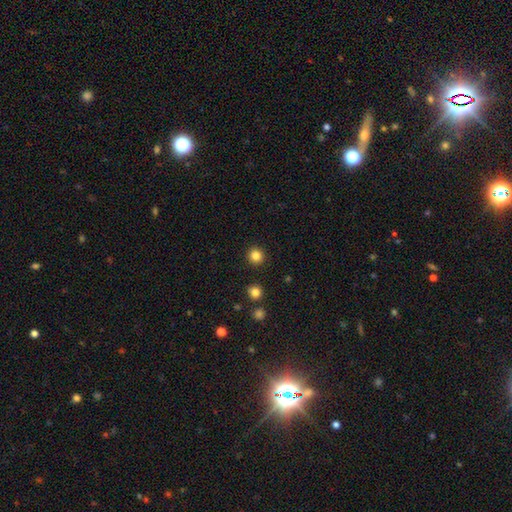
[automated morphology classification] A smooth galaxy with no disk features (84%) that is round (94%).

Vote fractions:
- Smooth or featured? smooth: 84% / star or artifact: 12% / featured or disk: 4%
- How rounded? round: 94% / in between: 5% / cigar-shaped: 1%
- Merging? none: 92% / minor disturbance: 4% / major disturbance: 2% / merger: 2%